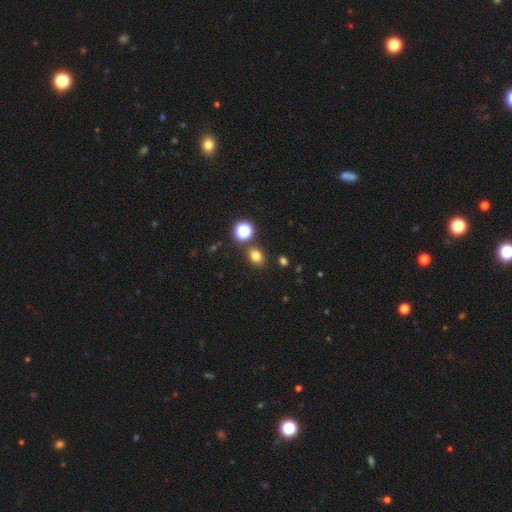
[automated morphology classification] This is likely a smooth galaxy (77%). How rounded: possibly round (50%). Merging: clearly none (81%).